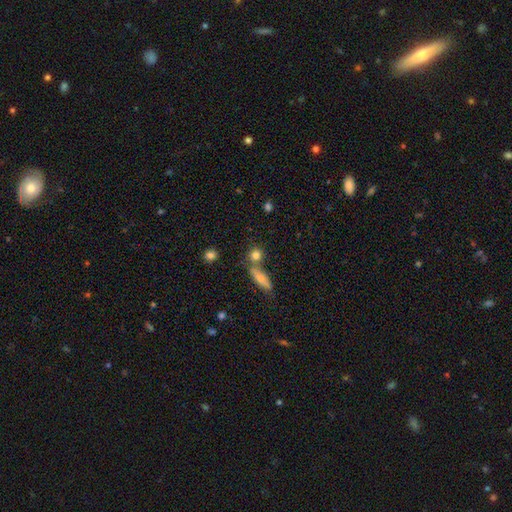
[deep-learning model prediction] smooth_or_featured: smooth (p=0.79) [alt: featured or disk p=0.11]
how_rounded: round (p=0.72) [alt: in between p=0.20]
merging: none (p=0.63) [alt: merger p=0.25]